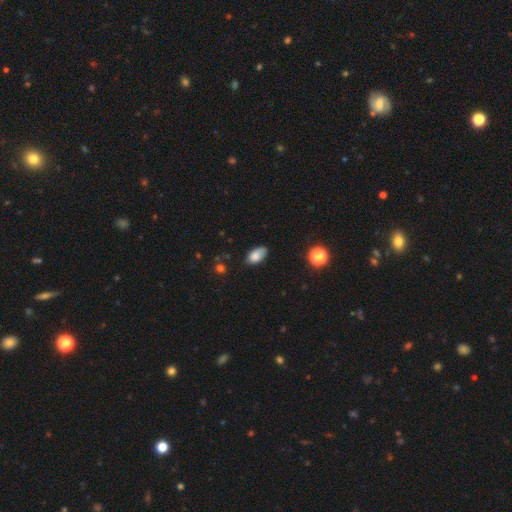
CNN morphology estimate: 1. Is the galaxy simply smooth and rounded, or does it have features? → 82% smooth, 9% star or artifact, 9% featured or disk.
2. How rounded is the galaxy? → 93% in between, 5% round, 2% cigar-shaped.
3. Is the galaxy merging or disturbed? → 66% none, 27% minor disturbance, 6% major disturbance, 2% merger.